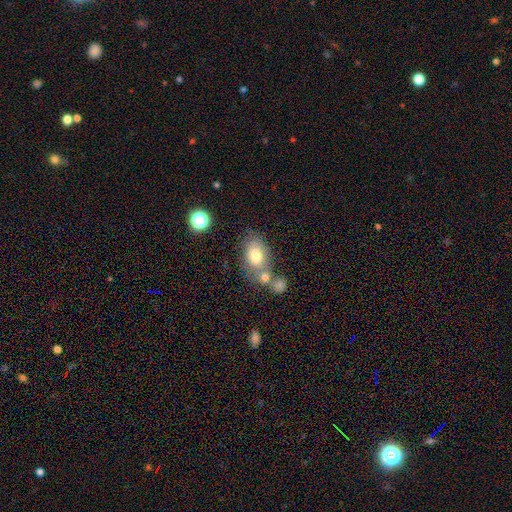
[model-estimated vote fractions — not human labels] The model was most divided on "merging": none: 44%, merger: 34%, minor disturbance: 15%, major disturbance: 7%. More confident: how rounded — in between (81%); smooth or featured — smooth (71%).